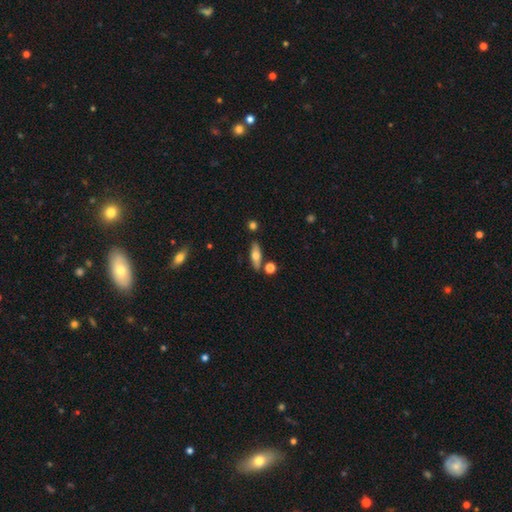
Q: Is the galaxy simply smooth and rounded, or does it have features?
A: smooth — 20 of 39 (51%).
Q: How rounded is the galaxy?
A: in between — 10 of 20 (50%, tied with cigar-shaped).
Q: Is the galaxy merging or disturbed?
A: none — 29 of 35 (83%).